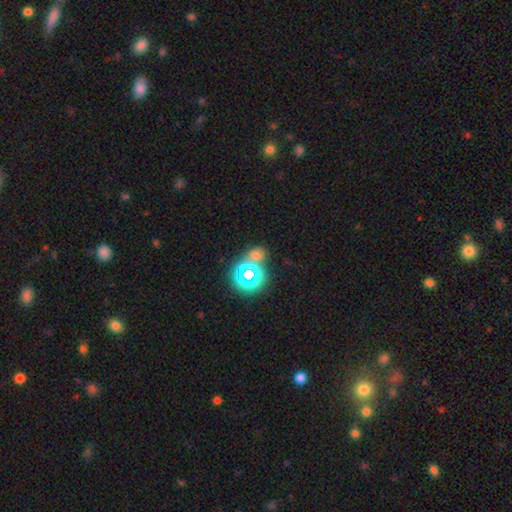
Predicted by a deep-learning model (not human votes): Q: Smooth or featured?
A: smooth (49%); runner-up: star or artifact (43%)
Q: Merging?
A: none (59%); runner-up: merger (27%)